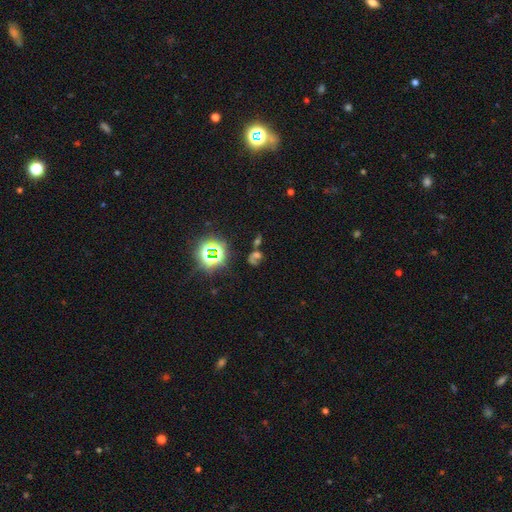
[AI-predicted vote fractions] Smooth or featured?
  - star or artifact: 43% *
  - smooth: 34%
  - featured or disk: 23%